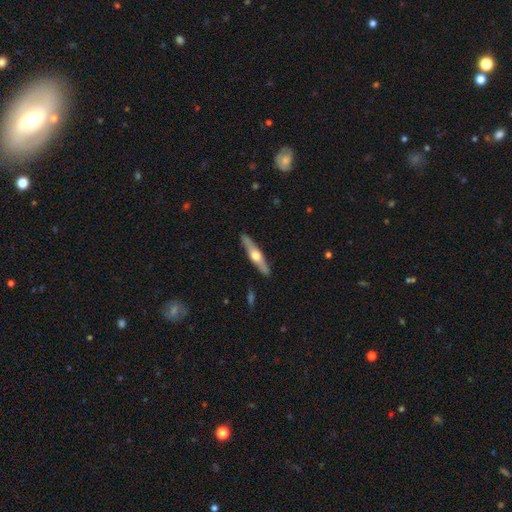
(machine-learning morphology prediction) Smooth or featured?
  - featured or disk: 60% *
  - smooth: 35%
  - star or artifact: 5%
Edge-on disk?
  - yes: 93% *
  - no: 7%
Edge-on bulge?
  - rounded: 94% *
  - none: 3%
  - boxy: 3%
Merging?
  - none: 90% *
  - minor disturbance: 8%
  - major disturbance: 2%
  - merger: 1%